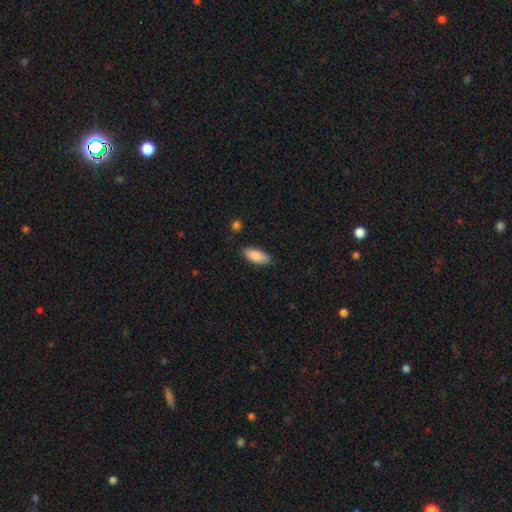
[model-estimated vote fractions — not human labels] A smooth galaxy with no disk features (87%) that is in between round and cigar-shaped (83%). Merging: none (82%).